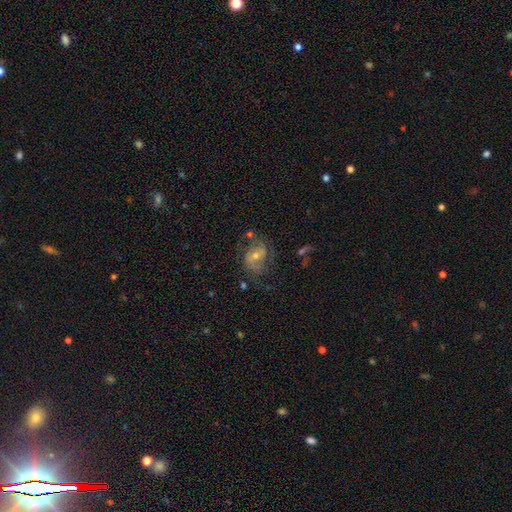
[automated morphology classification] smooth_or_featured: featured or disk (p=0.69) [alt: smooth p=0.20]
disk_edge_on: no (p=0.97) [alt: yes p=0.03]
bar: no (p=0.48) [alt: weak p=0.39]
has_spiral_arms: yes (p=0.85) [alt: no p=0.15]
spiral_winding: medium (p=0.47) [alt: loose p=0.31]
spiral_arm_count: 2 (p=0.72) [alt: can't tell p=0.14]
bulge_size: moderate (p=0.48) [alt: small p=0.46]
merging: none (p=0.57) [alt: minor disturbance p=0.21]